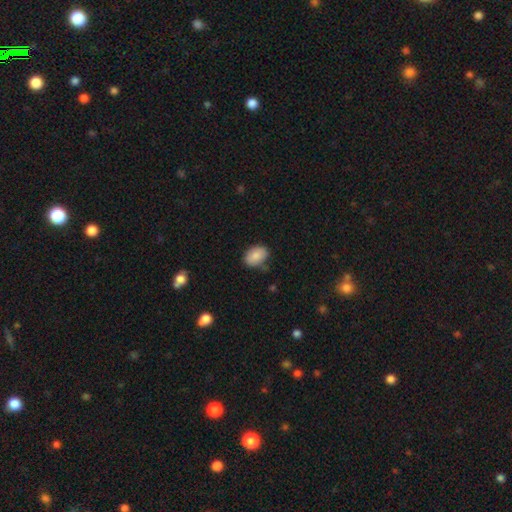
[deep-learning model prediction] A smooth galaxy with no disk features (85%) that is in between round and cigar-shaped (83%).

Vote fractions:
- Smooth or featured? smooth: 85% / featured or disk: 8% / star or artifact: 7%
- How rounded? in between: 83% / round: 16% / cigar-shaped: 1%
- Merging? none: 71% / minor disturbance: 22% / major disturbance: 4% / merger: 2%